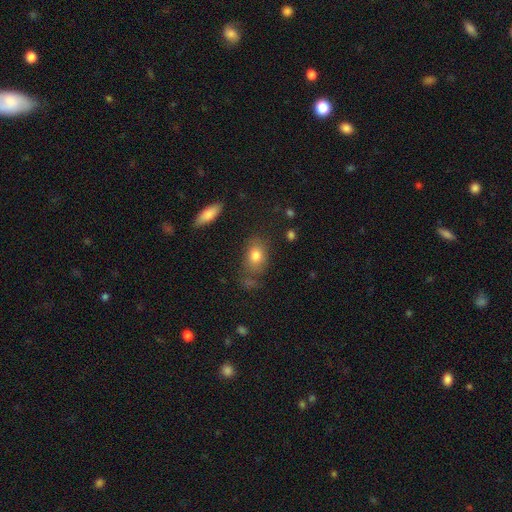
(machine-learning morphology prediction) smooth_or_featured: smooth (p=0.79) [alt: featured or disk p=0.11]
how_rounded: in between (p=0.76) [alt: round p=0.22]
merging: none (p=0.69) [alt: minor disturbance p=0.18]